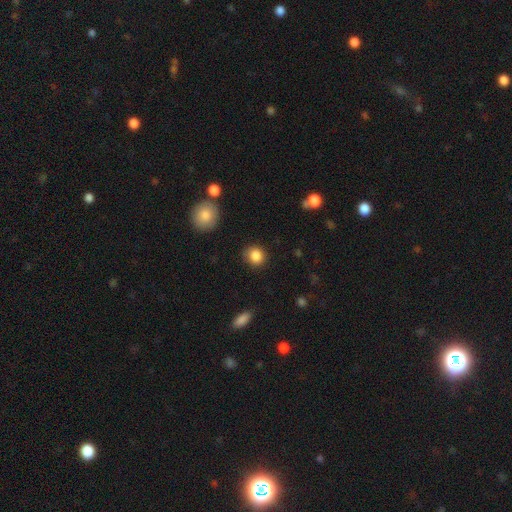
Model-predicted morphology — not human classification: This is clearly a smooth galaxy (87%). How rounded: clearly round (83%). Merging: clearly none (85%).